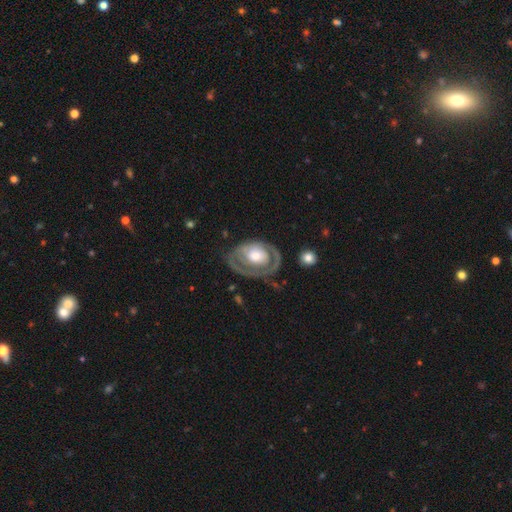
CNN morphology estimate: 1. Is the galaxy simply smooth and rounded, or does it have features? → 73% featured or disk, 22% smooth, 5% star or artifact.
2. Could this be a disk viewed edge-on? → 95% no, 5% yes.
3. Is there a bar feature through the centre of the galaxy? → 81% no, 15% weak, 4% strong.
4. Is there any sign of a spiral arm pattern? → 67% yes, 33% no.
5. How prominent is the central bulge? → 56% moderate, 22% large, 18% small, 2% dominant, 2% none.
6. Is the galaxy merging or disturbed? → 56% none, 22% minor disturbance, 19% major disturbance, 2% merger.